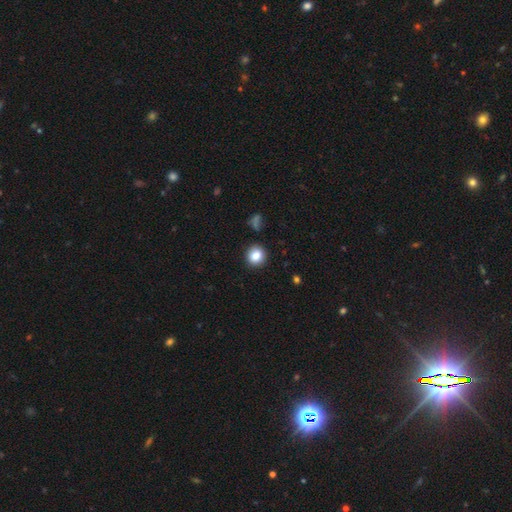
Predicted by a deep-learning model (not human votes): Overall: smooth (84%). How rounded: round (85%). Merging: none (90%).